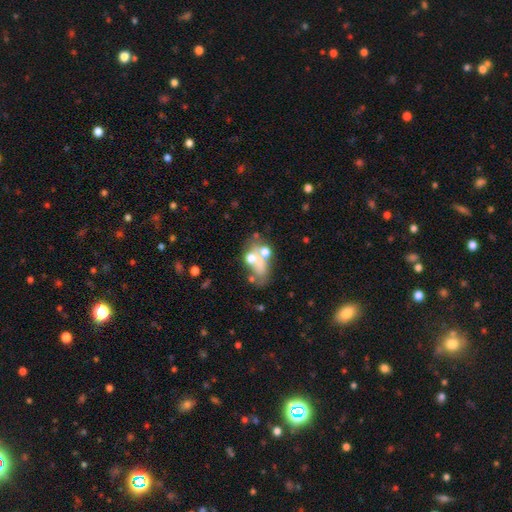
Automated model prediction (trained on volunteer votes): Smooth or featured?
  - smooth: 42% *
  - featured or disk: 40%
  - star or artifact: 18%
Merging?
  - merger: 41% *
  - none: 29%
  - major disturbance: 17%
  - minor disturbance: 13%